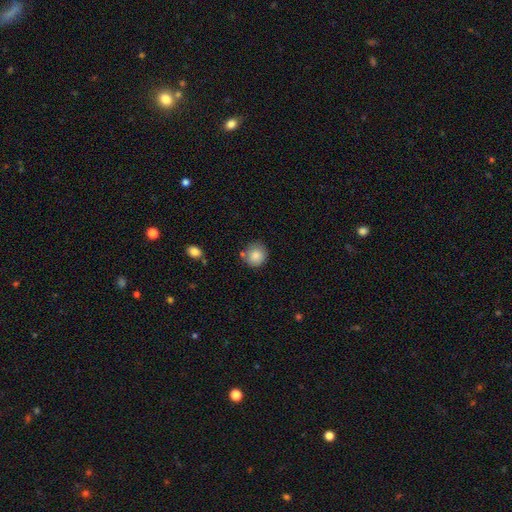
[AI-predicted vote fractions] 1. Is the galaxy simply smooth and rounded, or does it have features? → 86% smooth, 8% star or artifact, 6% featured or disk.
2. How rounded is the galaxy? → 88% round, 11% in between, 1% cigar-shaped.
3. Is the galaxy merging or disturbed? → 75% none, 15% minor disturbance, 6% merger, 3% major disturbance.